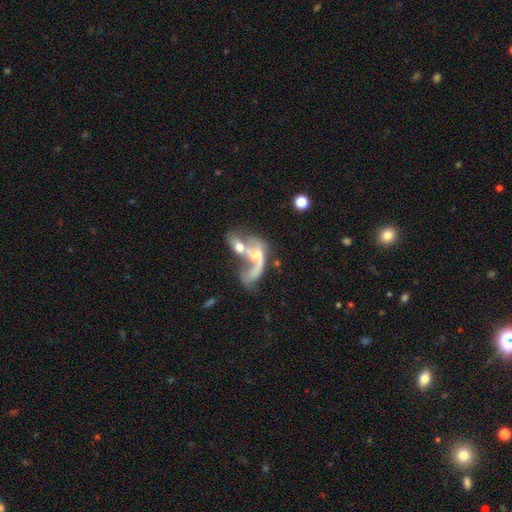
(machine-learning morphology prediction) Q: Smooth or featured?
A: featured or disk (65%); runner-up: smooth (25%)
Q: Edge-on disk?
A: no (94%); runner-up: yes (6%)
Q: Bar?
A: no (67%); runner-up: weak (24%)
Q: Spiral arms?
A: yes (54%); runner-up: no (46%)
Q: Bulge size?
A: moderate (38%); runner-up: small (28%)
Q: Merging?
A: merger (69%); runner-up: major disturbance (17%)